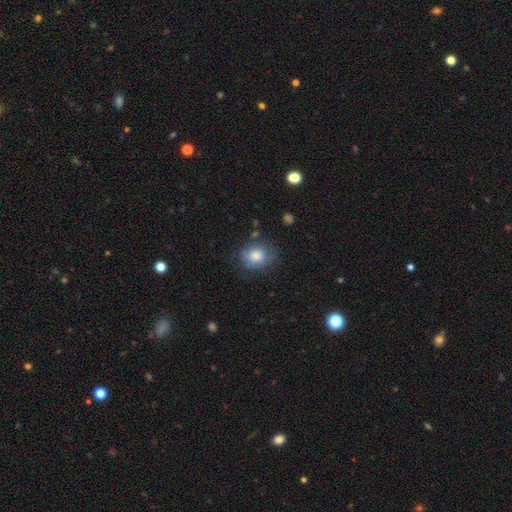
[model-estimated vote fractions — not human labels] This is likely a smooth galaxy (79%). How rounded: possibly round (59%). Merging: likely none (70%).